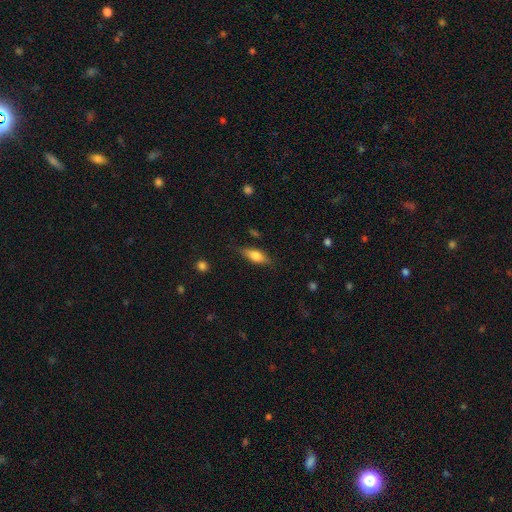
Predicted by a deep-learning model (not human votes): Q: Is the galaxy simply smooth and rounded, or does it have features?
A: smooth — 66%.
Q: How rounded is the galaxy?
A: in between — 66%.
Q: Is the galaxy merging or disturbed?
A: none — 80%.